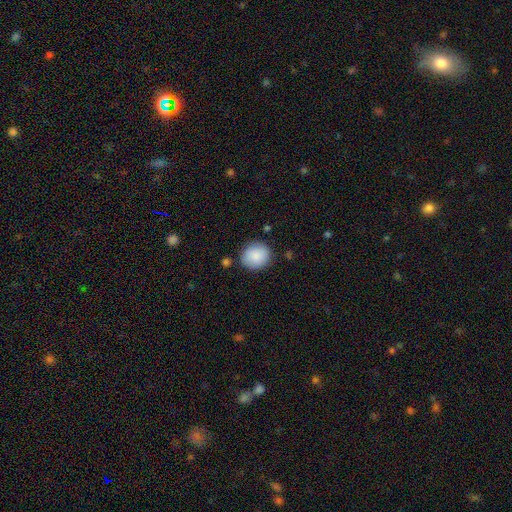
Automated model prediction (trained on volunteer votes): A smooth galaxy with no disk features (87%) that is round (82%).

Vote fractions:
- Smooth or featured? smooth: 87% / star or artifact: 7% / featured or disk: 6%
- How rounded? round: 82% / in between: 17% / cigar-shaped: 1%
- Merging? none: 83% / minor disturbance: 11% / major disturbance: 3% / merger: 3%